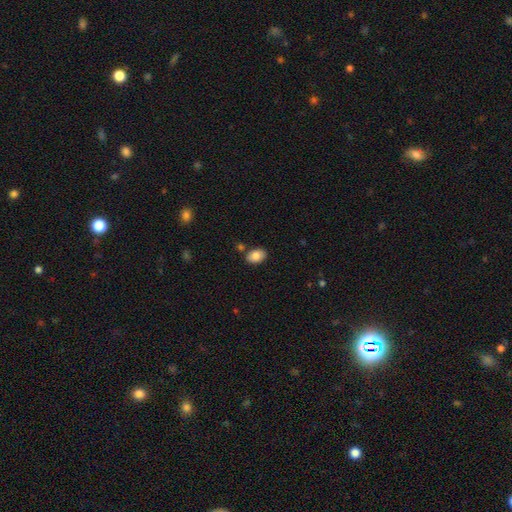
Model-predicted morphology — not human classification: Smooth or featured? smooth (84%)
How rounded? in between (83%)
Merging? none (80%)